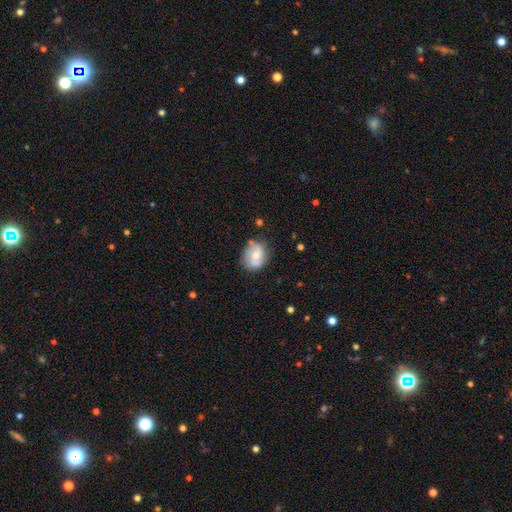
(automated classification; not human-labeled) Smooth or featured?
  - featured or disk: 51% *
  - smooth: 41%
  - star or artifact: 7%
Edge-on disk?
  - no: 97% *
  - yes: 3%
Merging?
  - none: 70% *
  - minor disturbance: 21%
  - major disturbance: 6%
  - merger: 3%